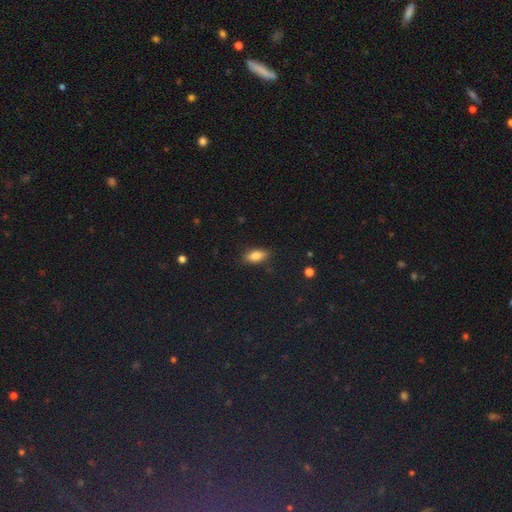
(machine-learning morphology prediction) smooth_or_featured: smooth (p=0.81) [alt: featured or disk p=0.11]
how_rounded: in between (p=0.84) [alt: cigar-shaped p=0.12]
merging: none (p=0.84) [alt: minor disturbance p=0.12]